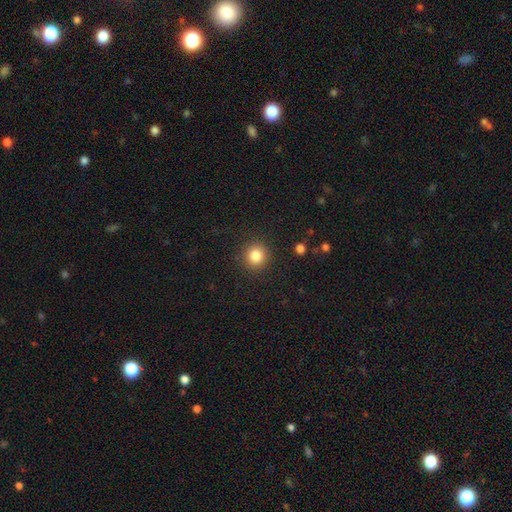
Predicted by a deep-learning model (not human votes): A smooth galaxy with no disk features (84%) that is round (91%).

Vote fractions:
- Smooth or featured? smooth: 84% / star or artifact: 11% / featured or disk: 5%
- How rounded? round: 91% / in between: 8% / cigar-shaped: 1%
- Merging? none: 90% / minor disturbance: 6% / major disturbance: 2% / merger: 1%